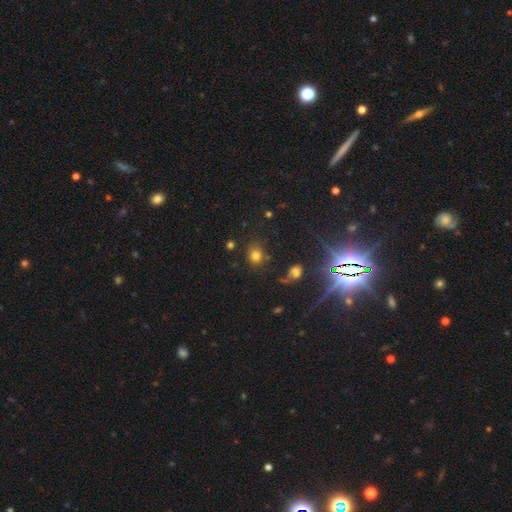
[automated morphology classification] Smooth or featured? smooth (74%)
How rounded? round (70%)
Merging? none (73%)